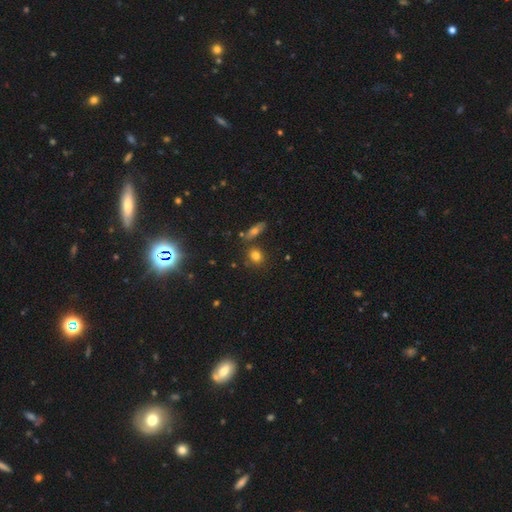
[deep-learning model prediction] A smooth galaxy with no disk features (77%) that is round (67%). Merging: none (74%).